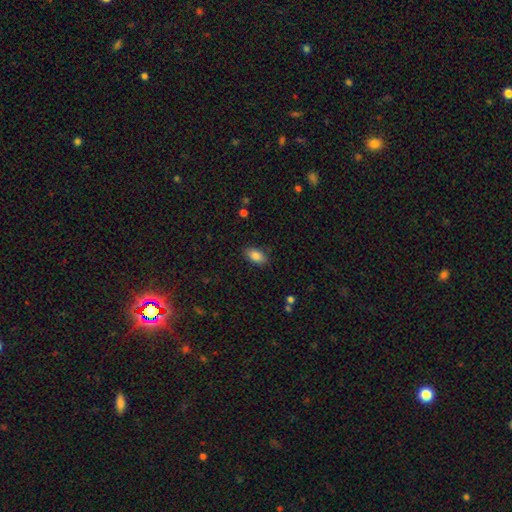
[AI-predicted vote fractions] This appears to be a smooth galaxy with no disk features (85%) that is in between round and cigar-shaped (91%). Merging: none (86%).